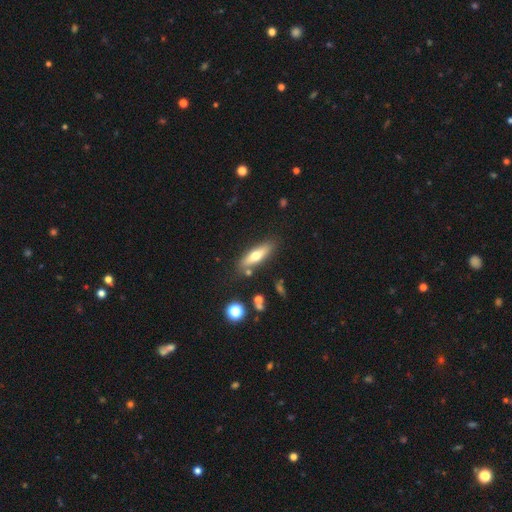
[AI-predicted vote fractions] Morphology: type=smooth (58%); roundness=cigar-shaped (60%); merging=none (81%).